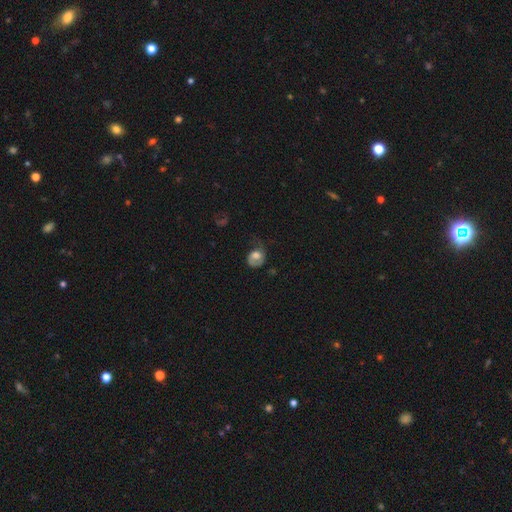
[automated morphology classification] smooth-or-featured: smooth: 51% | featured or disk: 41% | star or artifact: 8%
  how-rounded: round: 52% | in between: 47% | cigar-shaped: 1%
  merging: major disturbance: 37% | none: 33% | minor disturbance: 28% | merger: 2%